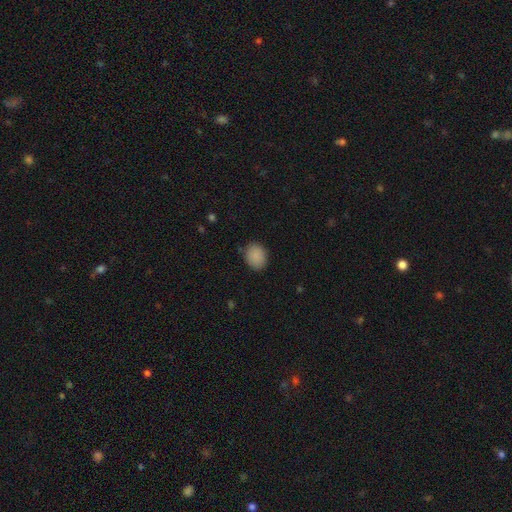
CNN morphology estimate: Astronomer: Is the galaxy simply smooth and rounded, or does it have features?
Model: smooth — 88%.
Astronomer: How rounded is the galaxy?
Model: round — 50% (runner-up: in between, 49%).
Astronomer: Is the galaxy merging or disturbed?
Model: none — 83%.